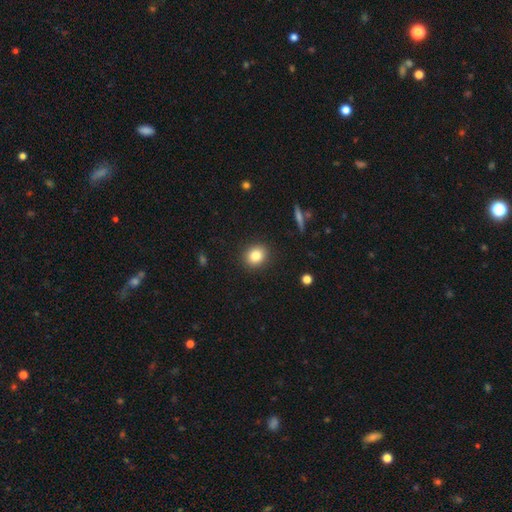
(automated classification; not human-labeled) Morphology: type=smooth (83%); roundness=round (70%); merging=none (90%).